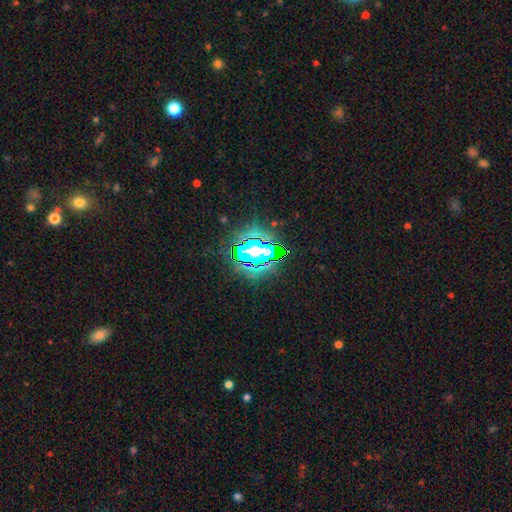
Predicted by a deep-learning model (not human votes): The model was most divided on "smooth or featured": star or artifact: 81%, smooth: 11%, featured or disk: 8%.